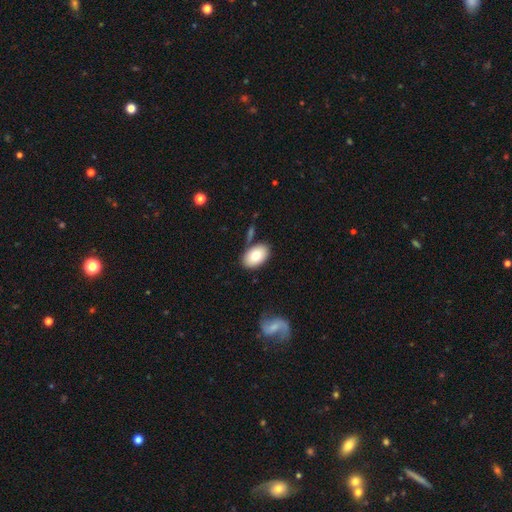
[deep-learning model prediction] This is likely a smooth galaxy (77%). How rounded: clearly in between (90%). Merging: likely none (78%).